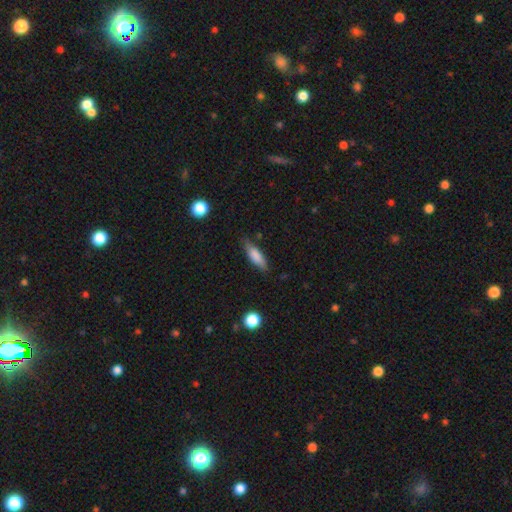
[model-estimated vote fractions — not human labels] smooth_or_featured: smooth (p=0.80) [alt: featured or disk p=0.13]
how_rounded: in between (p=0.51) [alt: cigar-shaped p=0.47]
merging: none (p=0.76) [alt: minor disturbance p=0.19]